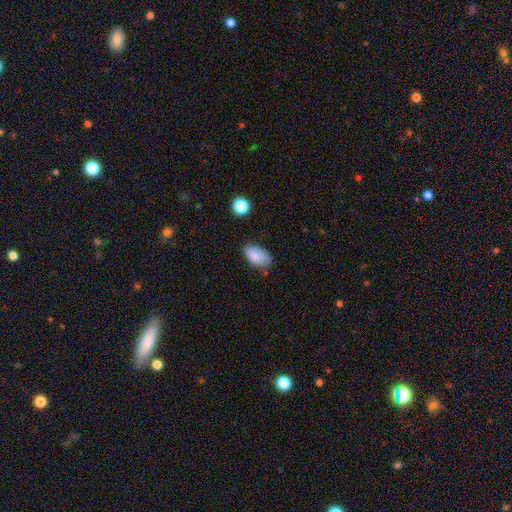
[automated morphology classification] Overall: smooth (85%). How rounded: in between (92%). Merging: none (66%; minor disturbance 26%).